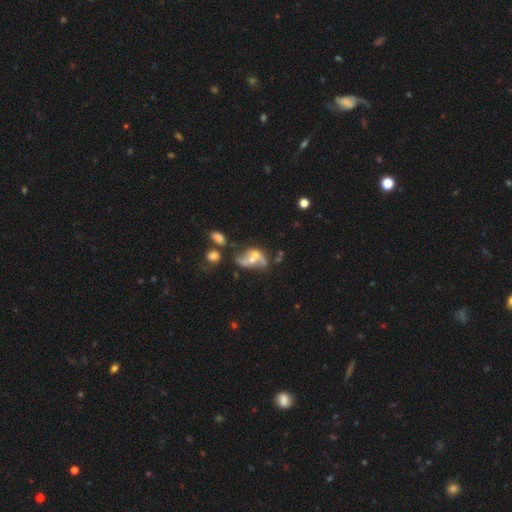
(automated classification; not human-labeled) A featured or disk galaxy (69%) with no bar (55%), spiral arms (75%) and a small central bulge (45%).

Vote fractions:
- Smooth or featured? featured or disk: 69% / smooth: 19% / star or artifact: 12%
- Edge-on disk? no: 95% / yes: 5%
- Bar? no: 55% / weak: 33% / strong: 12%
- Spiral arms? yes: 75% / no: 25%
- Bulge size? small: 45% / moderate: 34% / none: 16% / large: 4% / dominant: 2%
- Merging? none: 34% / merger: 30% / major disturbance: 19% / minor disturbance: 17%